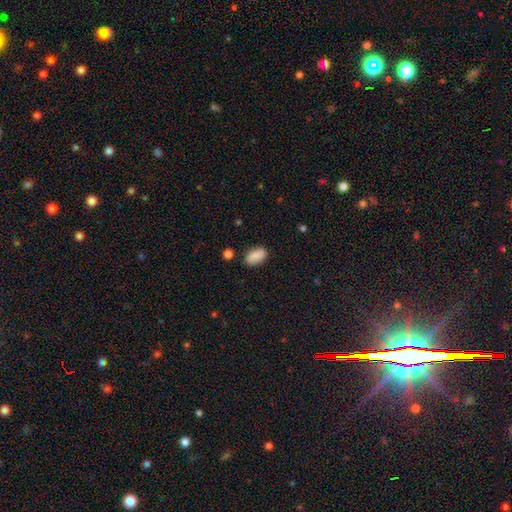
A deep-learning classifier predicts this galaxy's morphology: A smooth galaxy with no disk features (85%) that is in between round and cigar-shaped (91%).

Vote fractions:
- Smooth or featured? smooth: 85% / star or artifact: 7% / featured or disk: 7%
- How rounded? in between: 91% / round: 5% / cigar-shaped: 3%
- Merging? none: 81% / minor disturbance: 13% / major disturbance: 3% / merger: 3%